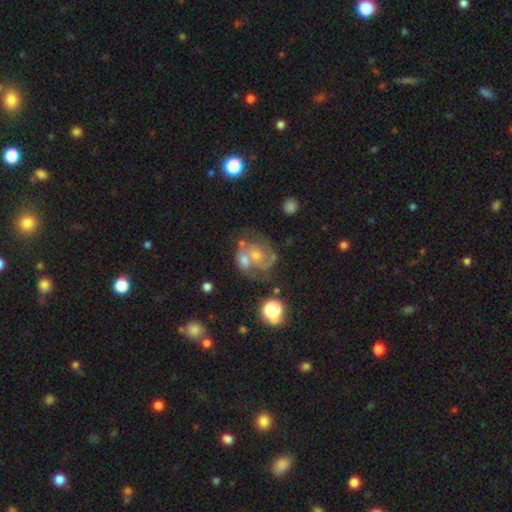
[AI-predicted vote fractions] Smooth or featured? featured or disk (70%)
Edge-on disk? no (98%)
Bar? no (70%)
Spiral arms? yes (81%)
Spiral winding? medium (45%)
Spiral arm count? 2 (56%)
Bulge size? small (45%)
Merging? merger (38%)